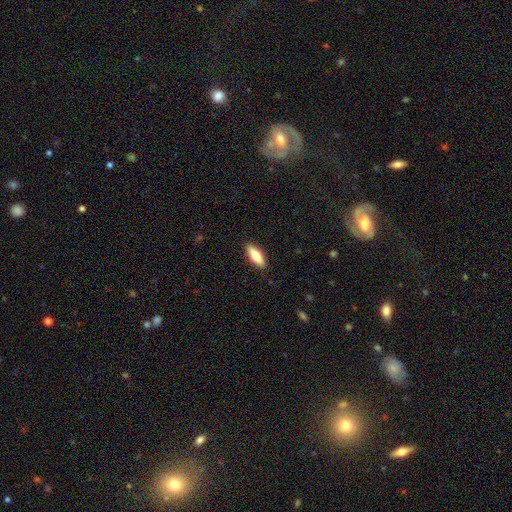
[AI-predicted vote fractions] This appears to be a smooth galaxy with no disk features (68%) that is in between round and cigar-shaped (64%). Merging: none (89%).